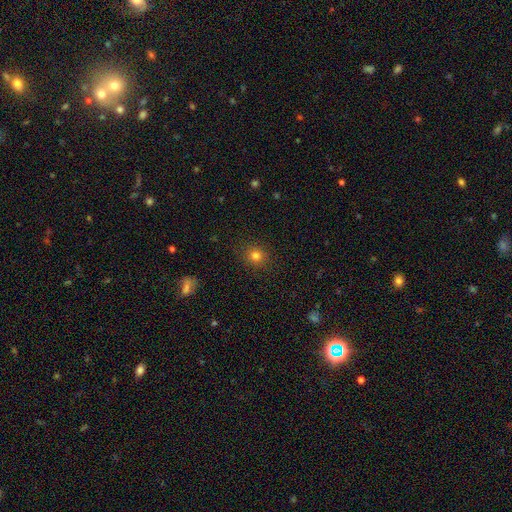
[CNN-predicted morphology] Smooth or featured: smooth — 79% (star or artifact — 14%)
How rounded: round — 85% (in between — 14%)
Merging: none — 89% (minor disturbance — 8%)